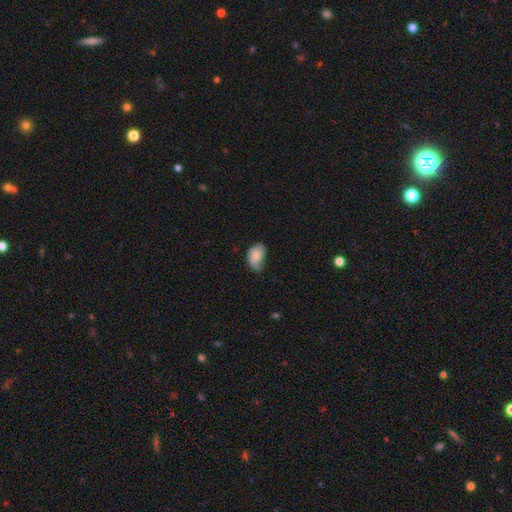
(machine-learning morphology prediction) Smooth or featured: smooth — 72% (featured or disk — 21%)
How rounded: in between — 88% (round — 11%)
Merging: minor disturbance — 45% (none — 36%)